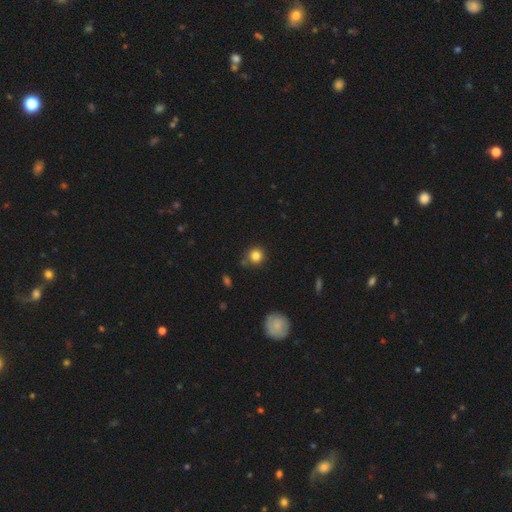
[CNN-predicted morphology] A smooth galaxy with no disk features (83%) that is round (91%). Merging: none (81%).